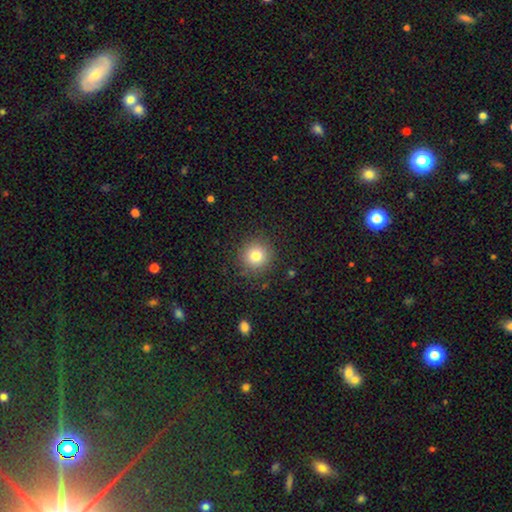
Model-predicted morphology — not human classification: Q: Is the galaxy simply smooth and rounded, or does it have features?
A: smooth — 80%.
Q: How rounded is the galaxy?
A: round — 94%.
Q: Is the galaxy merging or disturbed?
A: none — 88%.